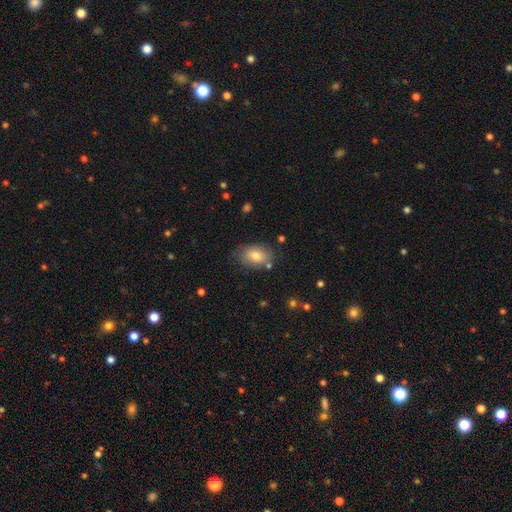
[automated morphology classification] A smooth galaxy with no disk features (76%) that is in between round and cigar-shaped (83%). Merging: none (72%).